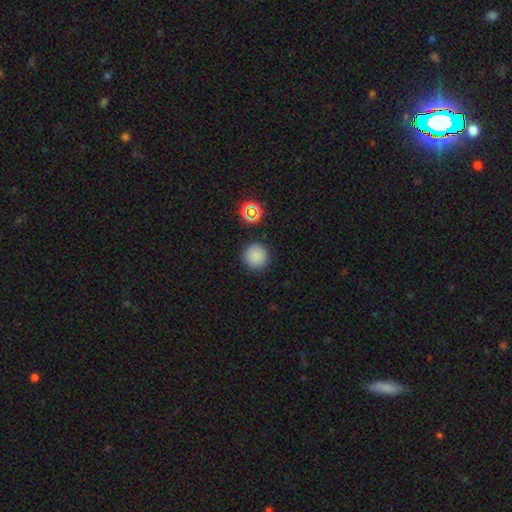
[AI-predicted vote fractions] smooth-or-featured: smooth: 84% | star or artifact: 12% | featured or disk: 4%
  how-rounded: round: 95% | in between: 4% | cigar-shaped: 1%
  merging: none: 90% | minor disturbance: 6% | major disturbance: 2% | merger: 2%